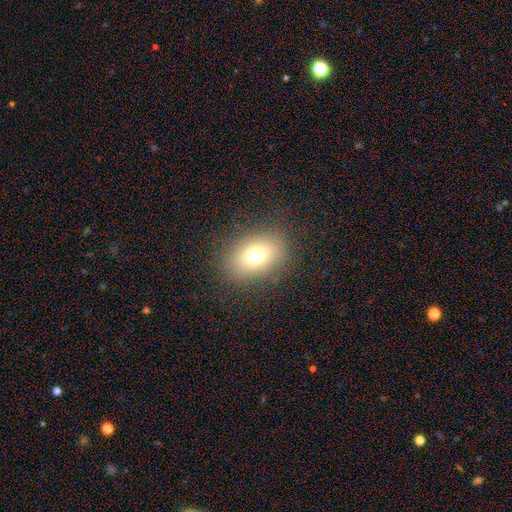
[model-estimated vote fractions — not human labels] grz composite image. It shows a smooth galaxy with no disk features (71%) that is in between round and cigar-shaped (74%). Merging: none (85%).